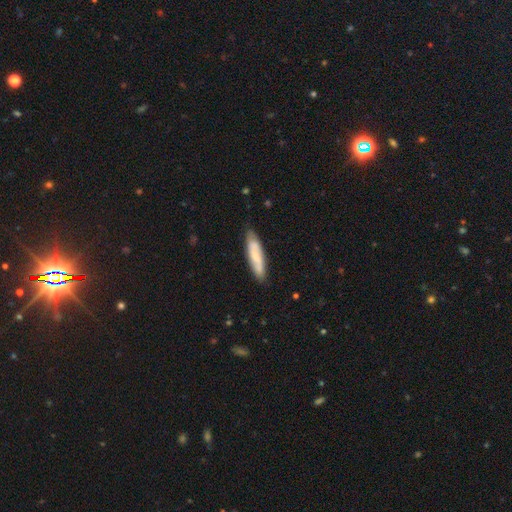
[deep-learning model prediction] Smooth or featured: smooth — 60% (featured or disk — 34%)
How rounded: cigar-shaped — 76% (in between — 23%)
Merging: none — 80% (minor disturbance — 15%)